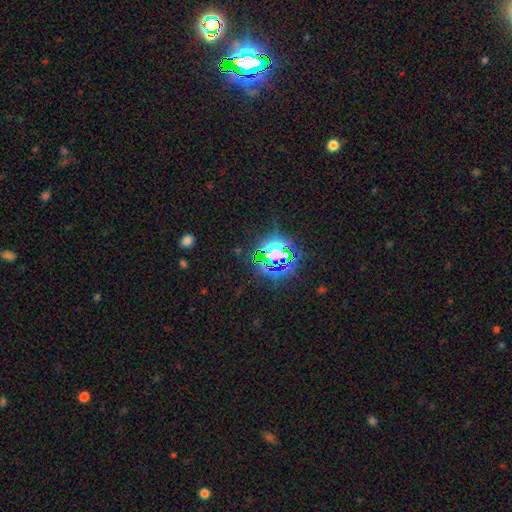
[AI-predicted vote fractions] smooth_or_featured: star or artifact (p=0.75) [alt: smooth p=0.16]